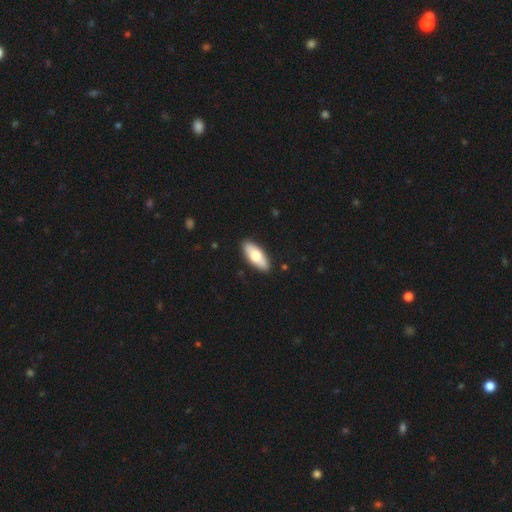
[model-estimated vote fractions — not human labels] smooth-or-featured: smooth: 67% | featured or disk: 28% | star or artifact: 5%
  how-rounded: in between: 79% | cigar-shaped: 19% | round: 2%
  merging: none: 90% | minor disturbance: 7% | major disturbance: 2% | merger: 1%